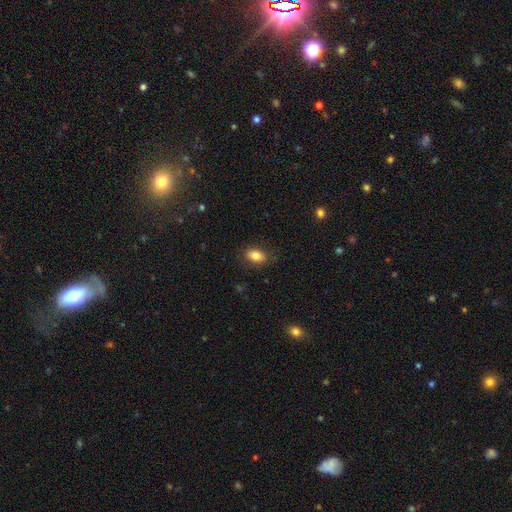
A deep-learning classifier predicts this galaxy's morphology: smooth-or-featured: smooth: 84% | star or artifact: 8% | featured or disk: 8%
  how-rounded: in between: 86% | round: 13% | cigar-shaped: 2%
  merging: none: 84% | minor disturbance: 12% | major disturbance: 3% | merger: 1%